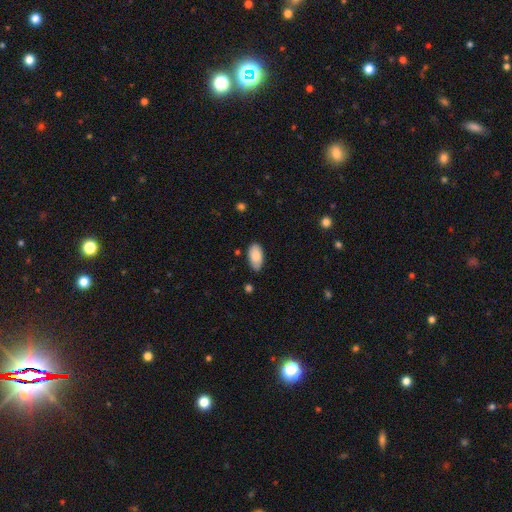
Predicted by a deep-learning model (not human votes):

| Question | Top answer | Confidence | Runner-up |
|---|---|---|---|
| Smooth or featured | smooth | 84% | featured or disk (10%) |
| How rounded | in between | 95% | cigar-shaped (3%) |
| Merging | none | 81% | minor disturbance (15%) |